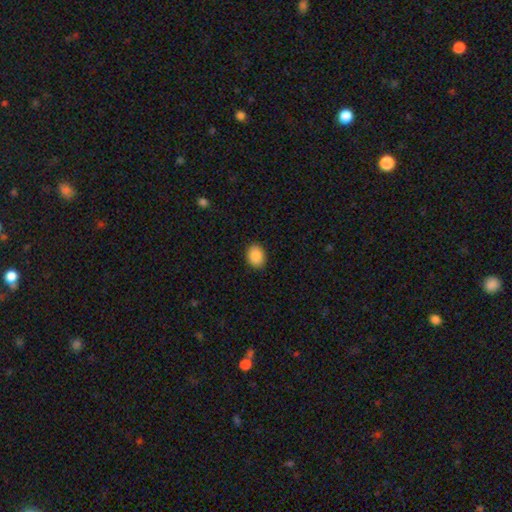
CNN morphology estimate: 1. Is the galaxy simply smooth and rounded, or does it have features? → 89% smooth, 7% star or artifact, 3% featured or disk.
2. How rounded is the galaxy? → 65% in between, 34% round, 1% cigar-shaped.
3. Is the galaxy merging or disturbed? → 90% none, 8% minor disturbance, 2% major disturbance, 1% merger.